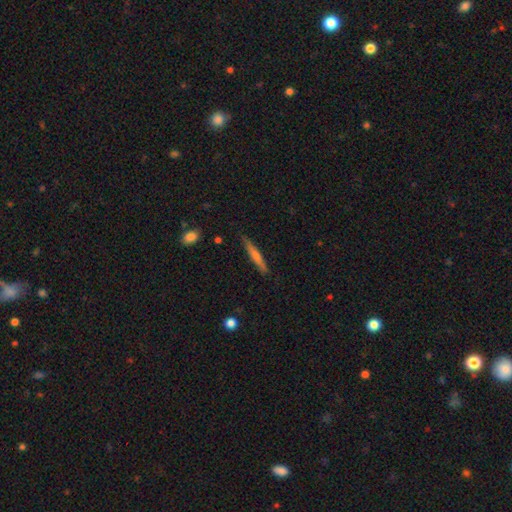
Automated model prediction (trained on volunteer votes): Smooth or featured? smooth (48%)
Merging? none (87%)